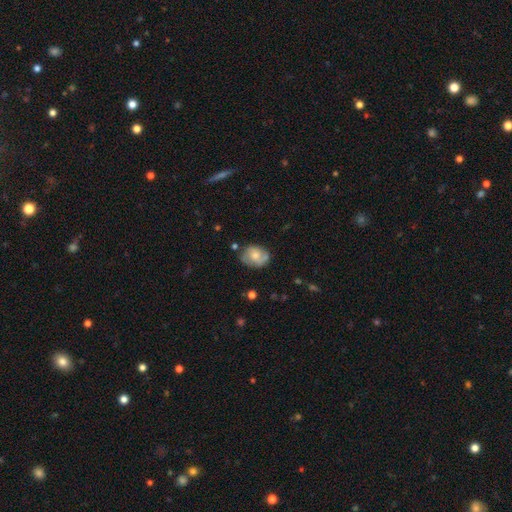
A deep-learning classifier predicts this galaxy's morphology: A smooth galaxy with no disk features (48%). Merging: none (63%).